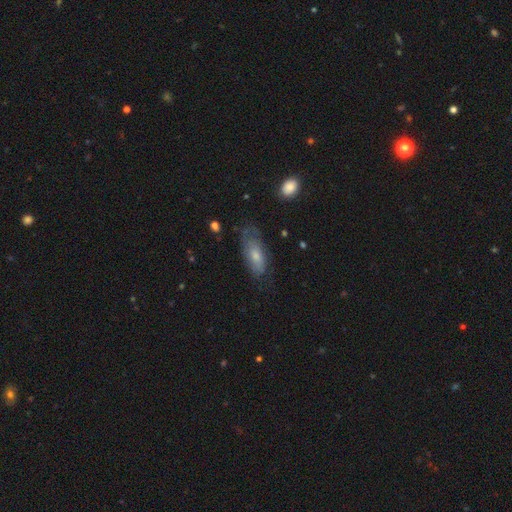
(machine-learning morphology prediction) Smooth or featured? Predicted: smooth (p=0.54). How rounded? Predicted: in between (p=0.82). Merging? Predicted: none (p=0.56).